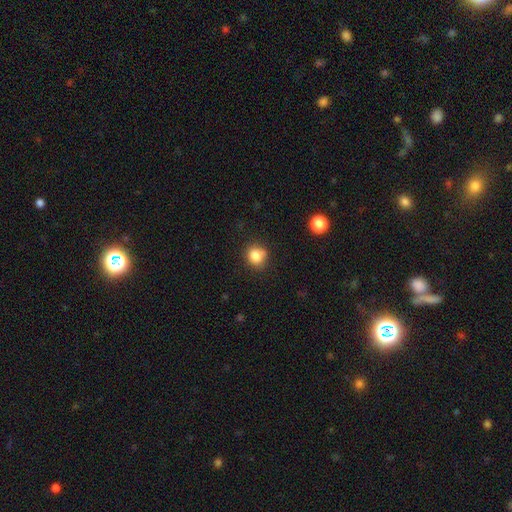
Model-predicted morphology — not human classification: A smooth galaxy with no disk features (82%) that is round (81%). Merging: none (68%).